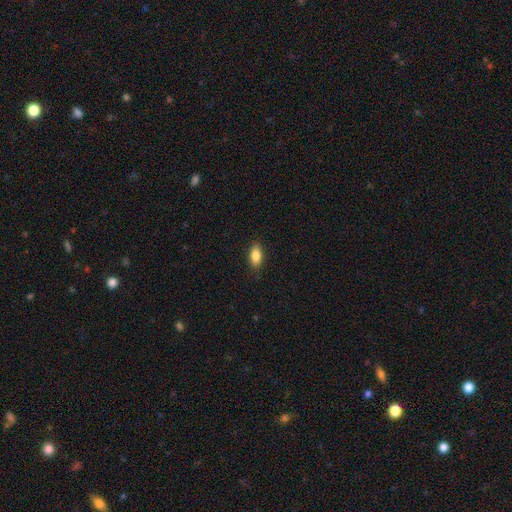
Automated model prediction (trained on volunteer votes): This is clearly a smooth galaxy (85%). How rounded: clearly in between (85%). Merging: clearly none (88%).